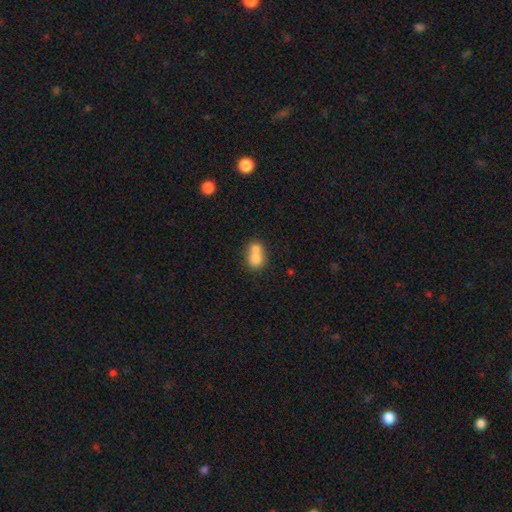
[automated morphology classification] A smooth galaxy with no disk features (73%) that is round (66%). Merging: merger (66%).